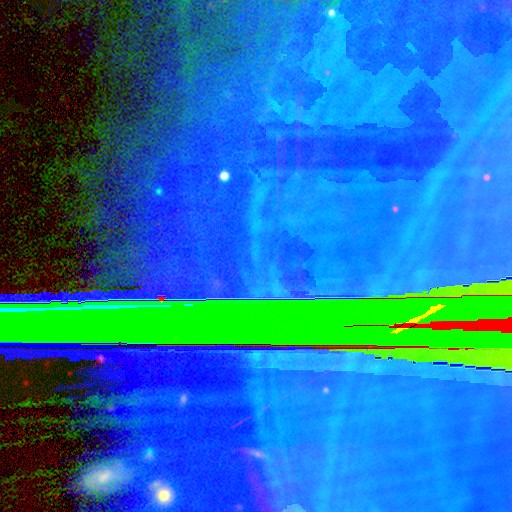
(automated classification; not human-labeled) Smooth or featured? Predicted: star or artifact (p=0.85).